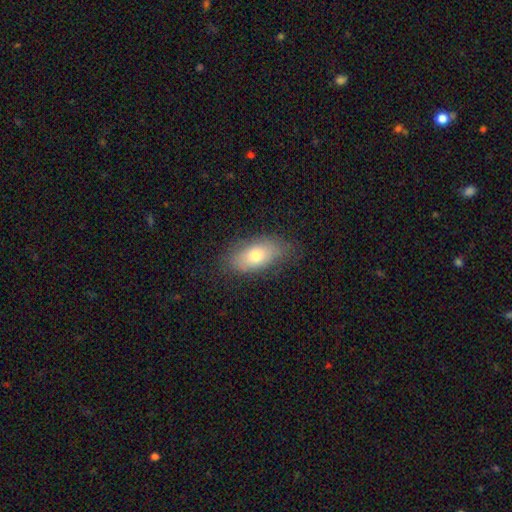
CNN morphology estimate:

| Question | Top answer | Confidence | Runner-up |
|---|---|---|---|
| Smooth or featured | smooth | 73% | featured or disk (19%) |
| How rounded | in between | 90% | cigar-shaped (5%) |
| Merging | none | 78% | minor disturbance (17%) |